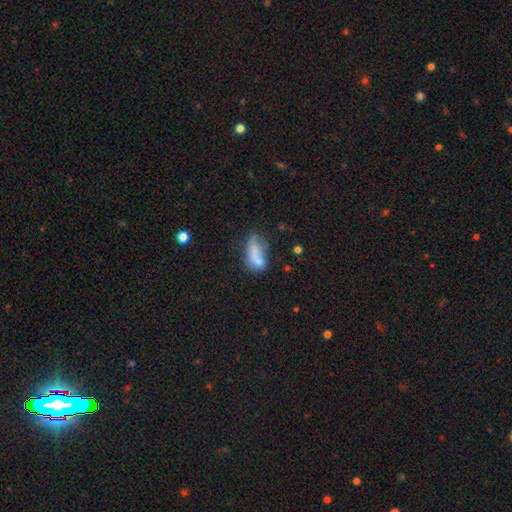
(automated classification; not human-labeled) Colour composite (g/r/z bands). It shows a smooth galaxy with no disk features (67%) that is in between round and cigar-shaped (82%). Merging: none (29%).